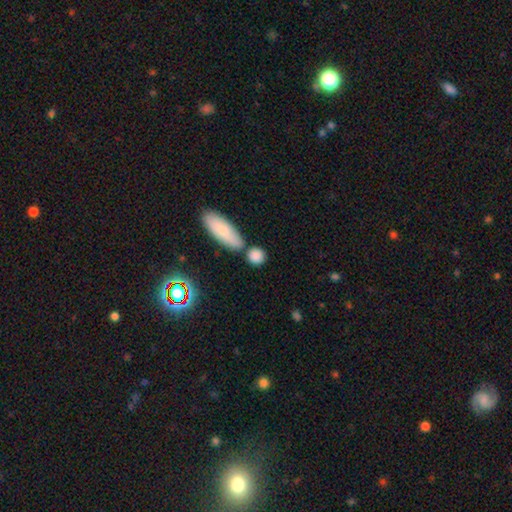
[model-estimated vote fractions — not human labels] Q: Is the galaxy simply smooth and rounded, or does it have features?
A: smooth — 85%.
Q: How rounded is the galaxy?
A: round — 76%.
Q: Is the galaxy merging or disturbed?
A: none — 70%.